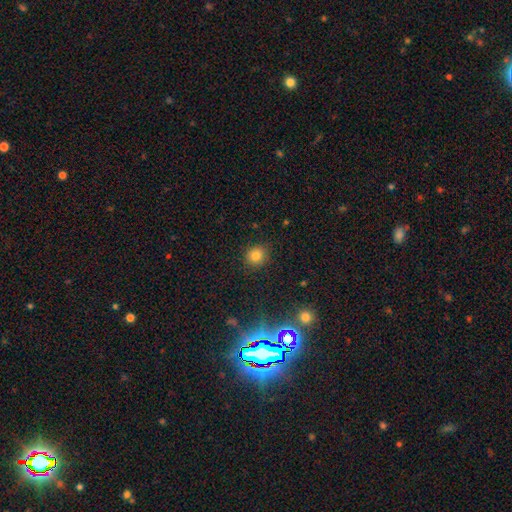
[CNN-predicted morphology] smooth-or-featured: smooth: 79% | star or artifact: 14% | featured or disk: 7%
  how-rounded: round: 84% | in between: 15% | cigar-shaped: 1%
  merging: none: 88% | minor disturbance: 8% | major disturbance: 3% | merger: 1%